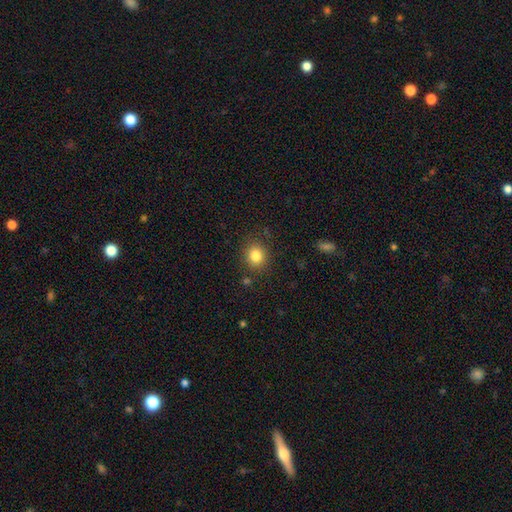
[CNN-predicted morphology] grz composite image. It shows a smooth galaxy with no disk features (83%) that is round (77%). Merging: none (85%).